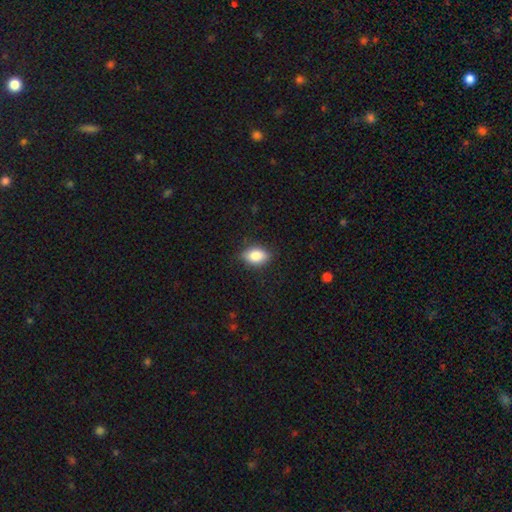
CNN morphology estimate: A smooth galaxy with no disk features (83%) that is in between round and cigar-shaped (83%).

Vote fractions:
- Smooth or featured? smooth: 83% / featured or disk: 9% / star or artifact: 8%
- How rounded? in between: 83% / round: 15% / cigar-shaped: 2%
- Merging? none: 82% / minor disturbance: 14% / major disturbance: 3% / merger: 1%